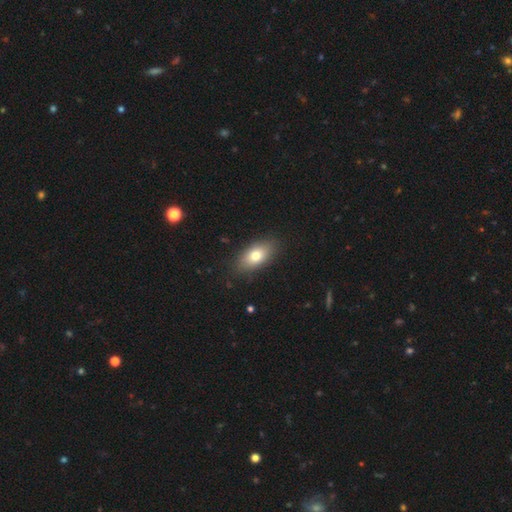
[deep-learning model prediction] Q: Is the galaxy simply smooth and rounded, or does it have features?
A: smooth — 76%.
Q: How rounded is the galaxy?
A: in between — 88%.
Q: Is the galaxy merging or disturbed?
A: none — 85%.